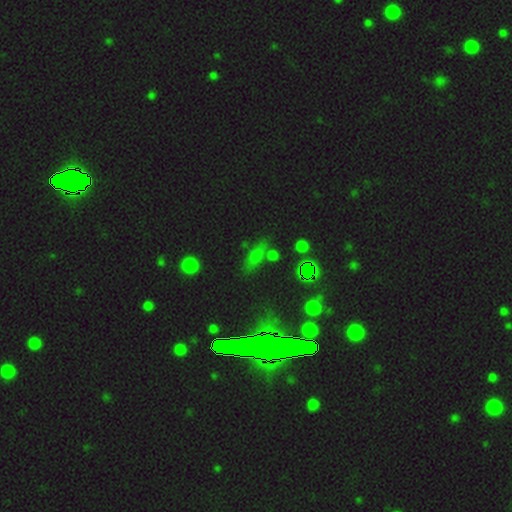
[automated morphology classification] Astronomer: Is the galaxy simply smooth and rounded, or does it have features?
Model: star or artifact — 42%, tied with smooth at 42%.